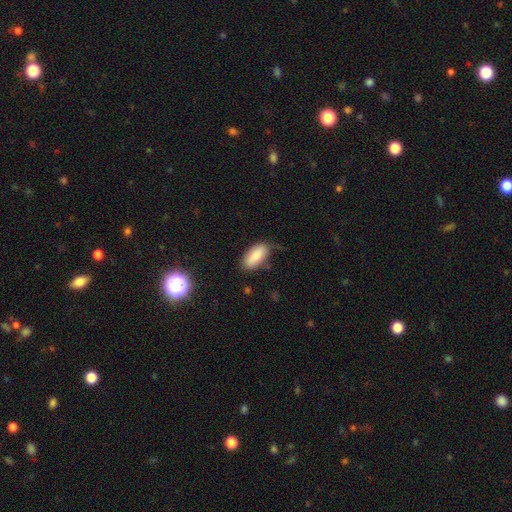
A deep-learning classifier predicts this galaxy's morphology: Smooth or featured: smooth — 81% (featured or disk — 11%)
How rounded: in between — 88% (cigar-shaped — 9%)
Merging: none — 60% (minor disturbance — 29%)